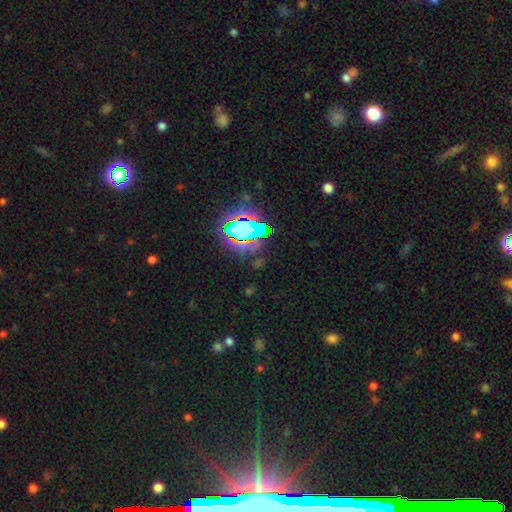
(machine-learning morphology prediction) Smooth or featured? Predicted: star or artifact (p=0.77).